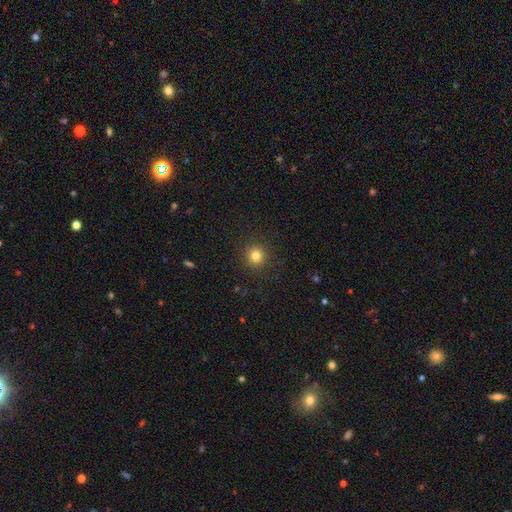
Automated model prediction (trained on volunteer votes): This appears to be a smooth galaxy with no disk features (81%) that is round (93%). Merging: none (91%).